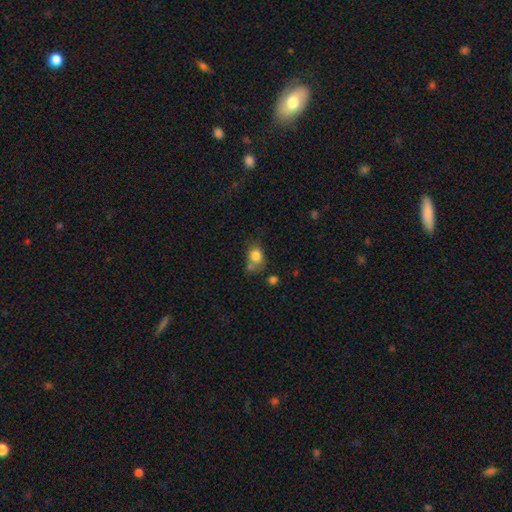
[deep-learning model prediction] smooth-or-featured: smooth: 80% | featured or disk: 10% | star or artifact: 10%
  how-rounded: in between: 50% | round: 48% | cigar-shaped: 1%
  merging: none: 44% | minor disturbance: 23% | merger: 22% | major disturbance: 11%